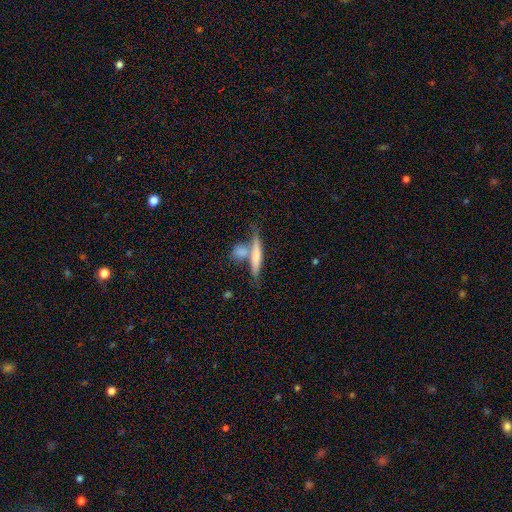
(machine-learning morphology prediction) This is likely a smooth galaxy (60%). How rounded: clearly cigar-shaped (83%). Merging: possibly none (50%).